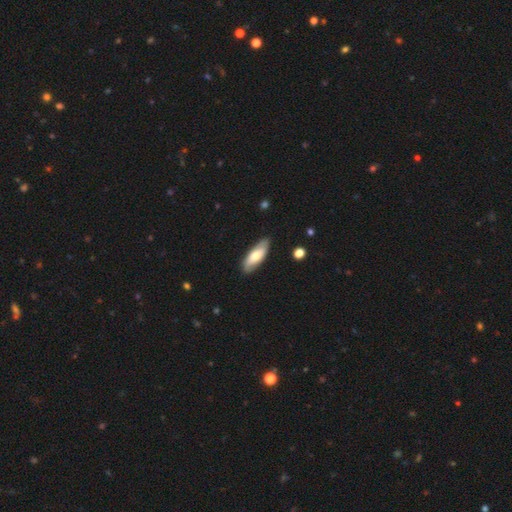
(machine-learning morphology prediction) type=smooth (65%); roundness=in between (72%); merging=none (84%).